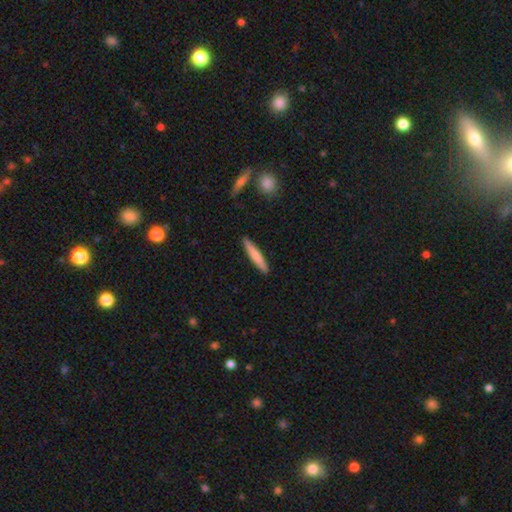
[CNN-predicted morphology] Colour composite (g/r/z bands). It shows a smooth galaxy with no disk features (72%) that is cigar-shaped (93%). Merging: none (91%).